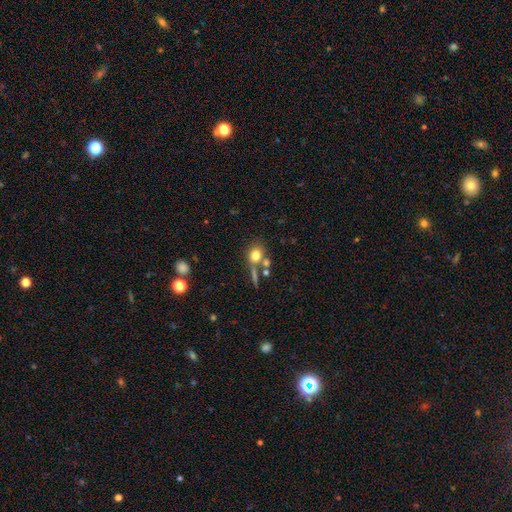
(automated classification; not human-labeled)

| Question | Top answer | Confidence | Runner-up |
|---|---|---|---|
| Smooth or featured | smooth | 76% | featured or disk (13%) |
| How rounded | round | 72% | in between (26%) |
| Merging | none | 55% | merger (27%) |